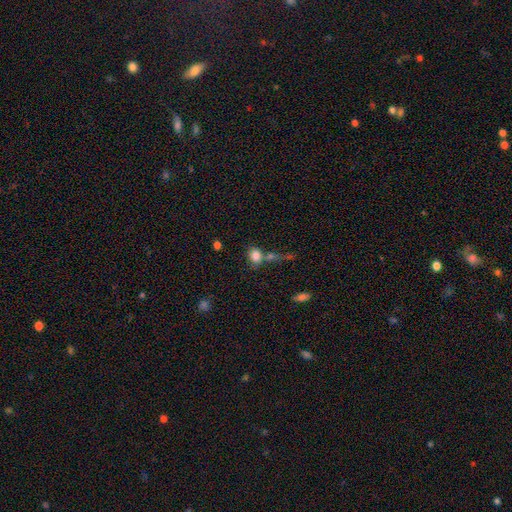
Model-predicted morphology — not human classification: Overall: smooth (81%). How rounded: in between (52%; round 46%). Merging: none (45%; merger 34%).